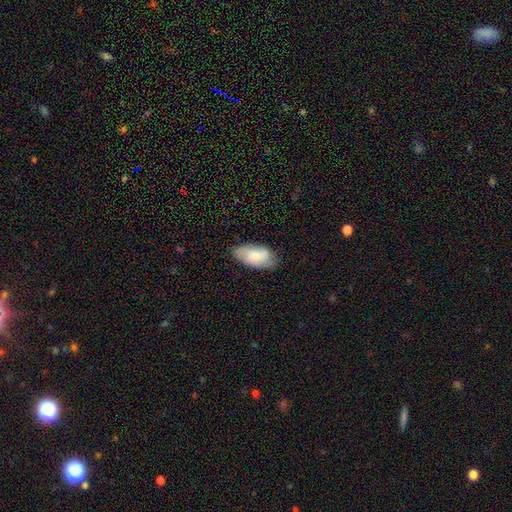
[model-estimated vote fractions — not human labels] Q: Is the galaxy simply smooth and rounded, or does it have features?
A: smooth — 61%.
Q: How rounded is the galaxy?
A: in between — 92%.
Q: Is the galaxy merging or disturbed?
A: none — 72%.